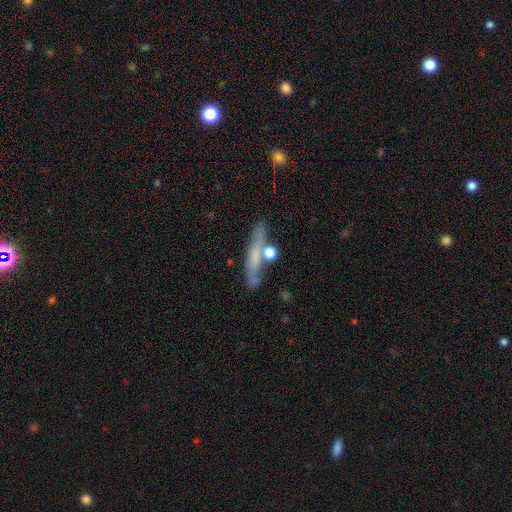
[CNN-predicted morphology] Smooth or featured: smooth — 48% (featured or disk — 42%)
Merging: none — 70% (minor disturbance — 15%)